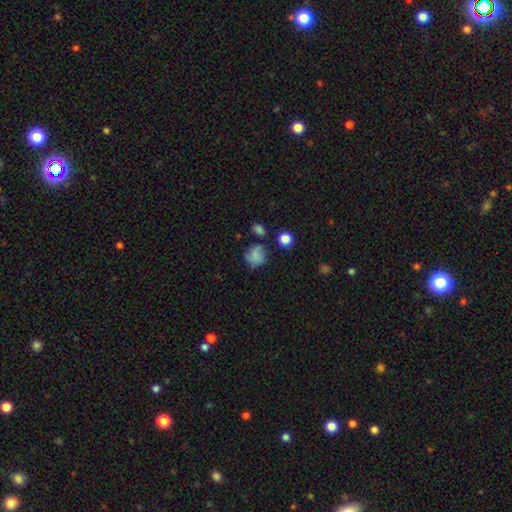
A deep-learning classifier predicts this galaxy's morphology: A smooth galaxy with no disk features (72%) that is round (74%).

Vote fractions:
- Smooth or featured? smooth: 72% / featured or disk: 16% / star or artifact: 12%
- How rounded? round: 74% / in between: 25% / cigar-shaped: 1%
- Merging? none: 55% / minor disturbance: 25% / major disturbance: 12% / merger: 7%